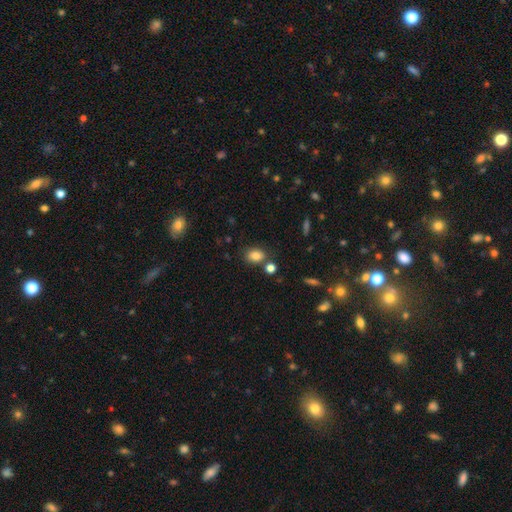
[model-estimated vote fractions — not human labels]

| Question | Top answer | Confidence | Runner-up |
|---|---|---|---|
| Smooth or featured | smooth | 83% | star or artifact (11%) |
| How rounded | in between | 69% | round (30%) |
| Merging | none | 72% | minor disturbance (13%) |